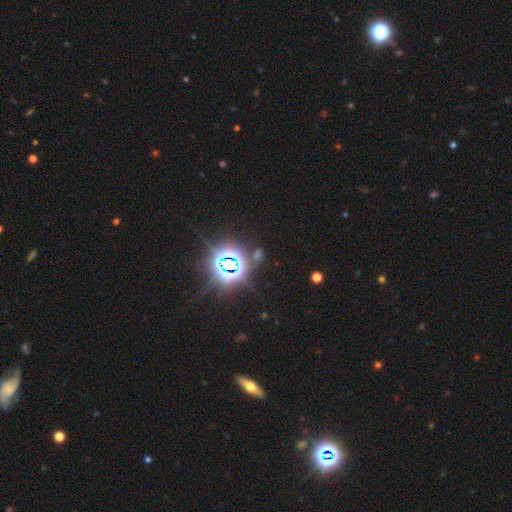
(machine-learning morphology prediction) Smooth or featured?
  - star or artifact: 82% *
  - smooth: 11%
  - featured or disk: 7%